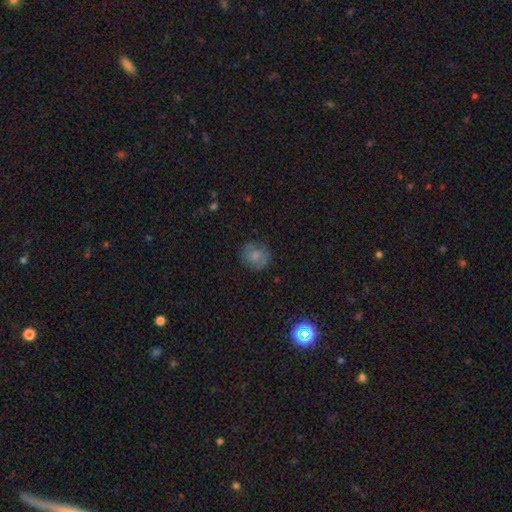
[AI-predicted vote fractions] A smooth galaxy with no disk features (75%) that is round (85%). Merging: none (78%).